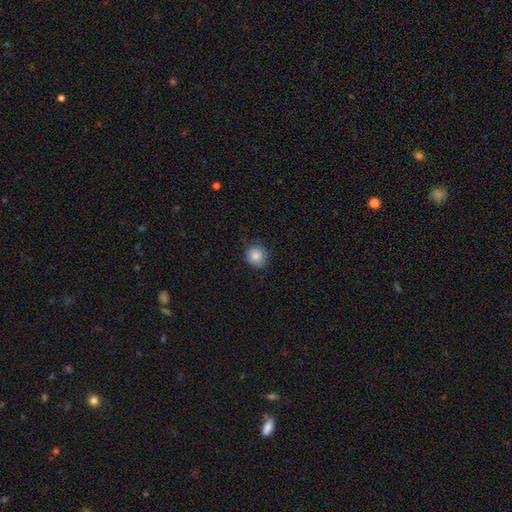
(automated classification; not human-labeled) smooth_or_featured: smooth (p=0.87) [alt: star or artifact p=0.09]
how_rounded: round (p=0.90) [alt: in between p=0.09]
merging: none (p=0.84) [alt: minor disturbance p=0.13]